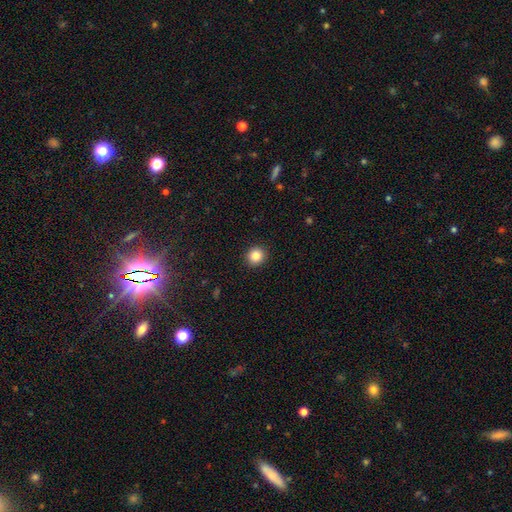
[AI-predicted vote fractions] A smooth galaxy with no disk features (85%) that is round (89%).

Vote fractions:
- Smooth or featured? smooth: 85% / star or artifact: 10% / featured or disk: 5%
- How rounded? round: 89% / in between: 10% / cigar-shaped: 1%
- Merging? none: 92% / minor disturbance: 5% / major disturbance: 2% / merger: 1%